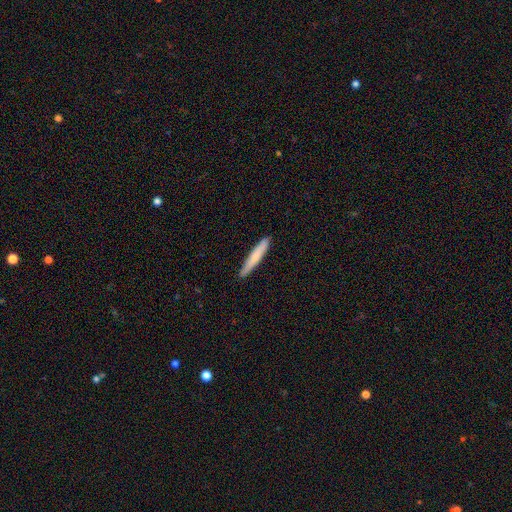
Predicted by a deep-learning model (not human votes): This appears to be a smooth galaxy with no disk features (70%) that is cigar-shaped (95%). Merging: none (89%).